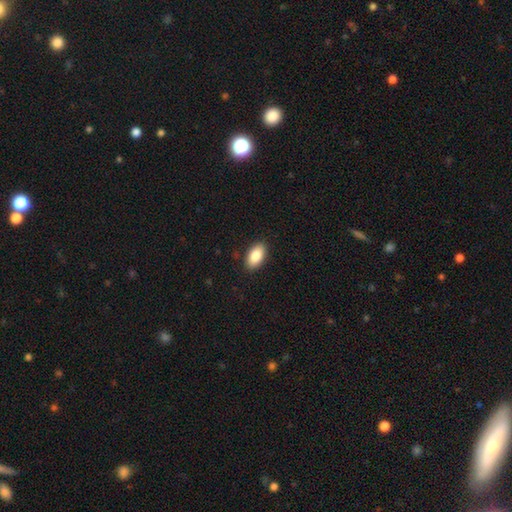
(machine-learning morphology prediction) type=smooth (87%); roundness=in between (94%); merging=none (89%).